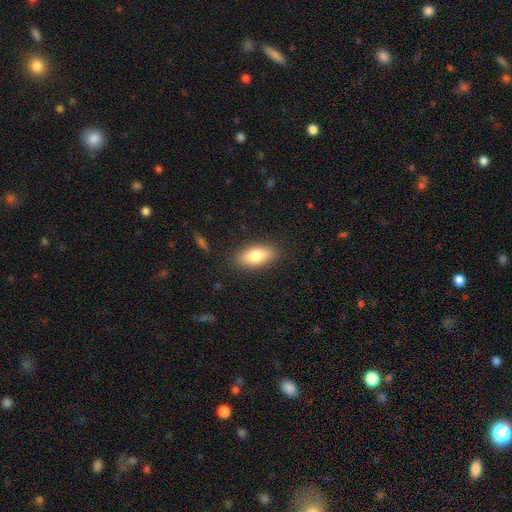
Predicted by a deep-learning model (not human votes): Smooth or featured? Predicted: smooth (p=0.79). How rounded? Predicted: in between (p=0.85). Merging? Predicted: none (p=0.86).